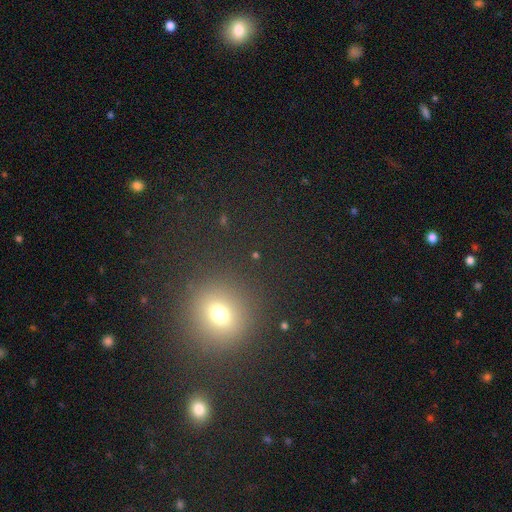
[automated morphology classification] This appears to be a smooth galaxy with no disk features (55%) that is round (83%). Merging: none (87%).